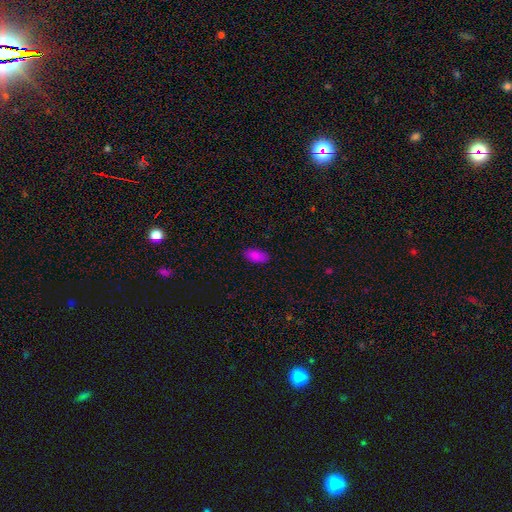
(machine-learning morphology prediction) smooth-or-featured: smooth: 87% | star or artifact: 9% | featured or disk: 5%
  how-rounded: in between: 91% | cigar-shaped: 7% | round: 2%
  merging: none: 87% | minor disturbance: 10% | major disturbance: 2% | merger: 1%